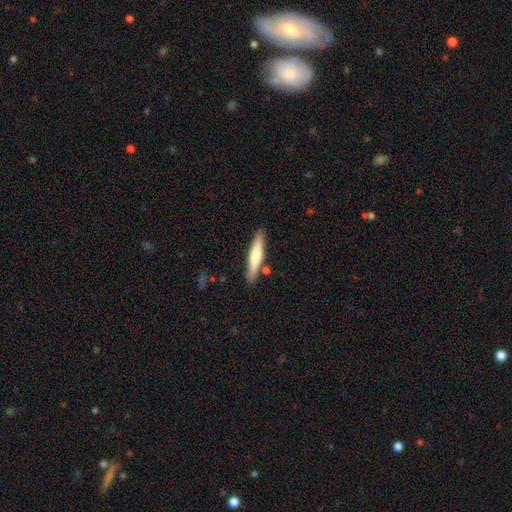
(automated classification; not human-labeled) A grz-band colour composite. It shows a smooth galaxy with no disk features (61%) that is cigar-shaped (90%). Merging: none (83%).